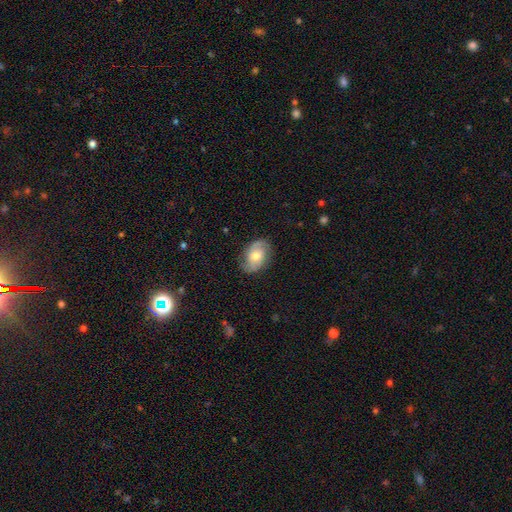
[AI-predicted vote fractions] The model was most divided on "smooth or featured": featured or disk: 59%, smooth: 34%, star or artifact: 7%. More confident: edge-on disk — no (96%); spiral arms — yes (85%); merging — none (77%); bulge size — moderate (63%); bar — no (62%).